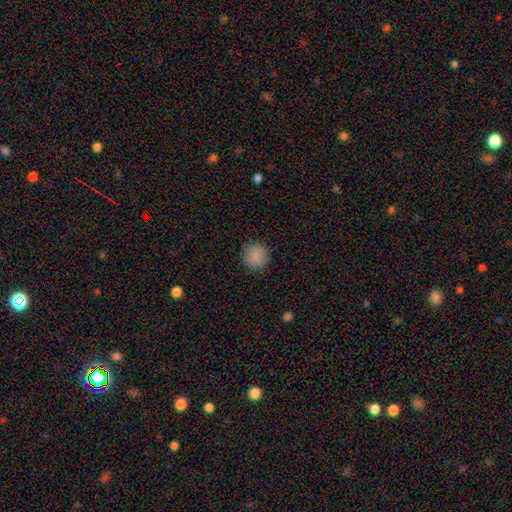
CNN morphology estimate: type=smooth (88%); roundness=round (93%); merging=none (90%).